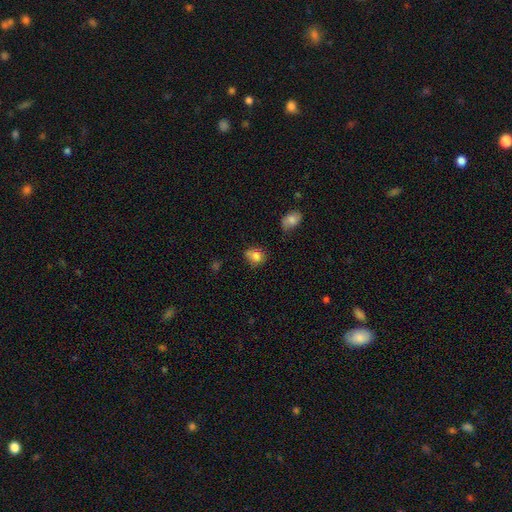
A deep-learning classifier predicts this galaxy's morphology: This is likely a smooth galaxy (80%). How rounded: likely round (64%). Merging: possibly none (59%).